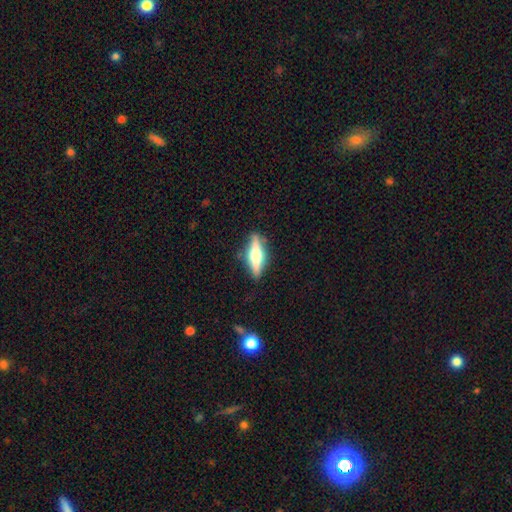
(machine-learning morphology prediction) Smooth or featured: featured or disk — 65% (smooth — 29%)
Edge-on disk: yes — 95% (no — 5%)
Edge-on bulge: rounded — 93% (boxy — 5%)
Merging: none — 86% (minor disturbance — 10%)